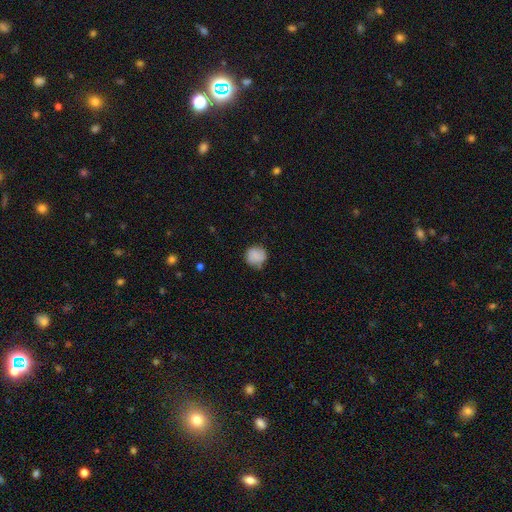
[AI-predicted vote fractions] Smooth or featured: smooth — 83% (featured or disk — 9%)
How rounded: round — 88% (in between — 11%)
Merging: none — 69% (minor disturbance — 25%)